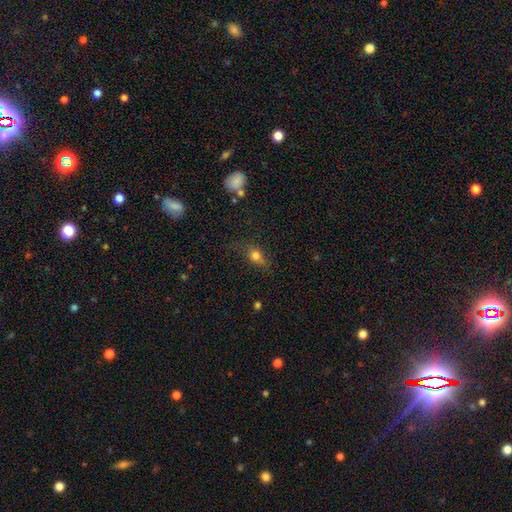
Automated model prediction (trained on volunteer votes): This is likely a smooth galaxy (71%). How rounded: possibly in between (52%). Merging: possibly none (56%).